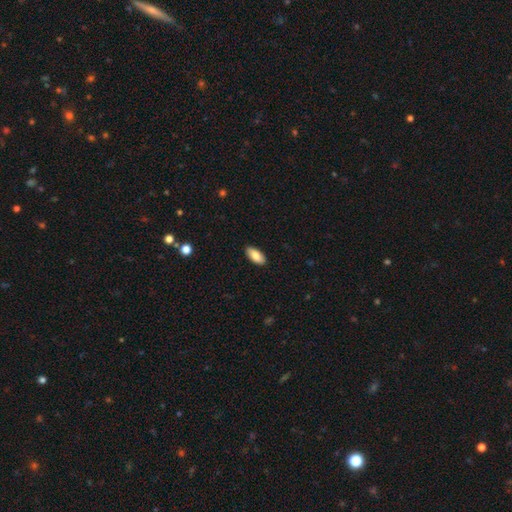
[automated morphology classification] This is clearly a smooth galaxy (84%). How rounded: clearly in between (90%). Merging: clearly none (89%).